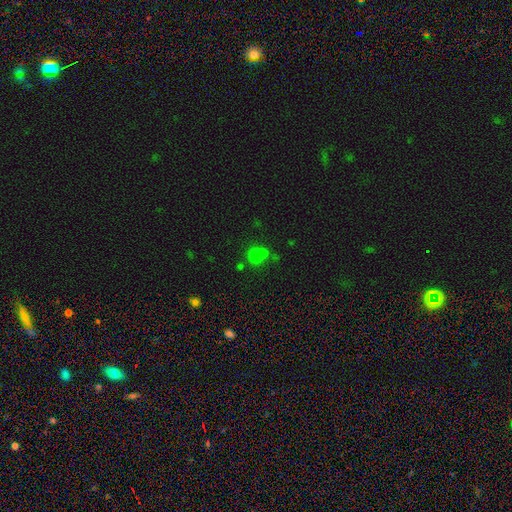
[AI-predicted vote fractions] smooth-or-featured: smooth: 65% | star or artifact: 23% | featured or disk: 12%
  how-rounded: round: 83% | in between: 16% | cigar-shaped: 1%
  merging: merger: 50% | none: 41% | minor disturbance: 6% | major disturbance: 3%